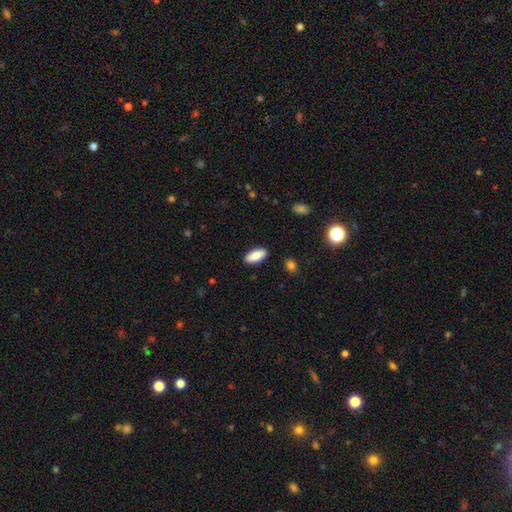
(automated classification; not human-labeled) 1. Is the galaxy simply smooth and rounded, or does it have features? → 86% smooth, 8% featured or disk, 6% star or artifact.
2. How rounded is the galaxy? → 83% in between, 15% cigar-shaped, 2% round.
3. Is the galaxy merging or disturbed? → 88% none, 9% minor disturbance, 2% major disturbance, 1% merger.